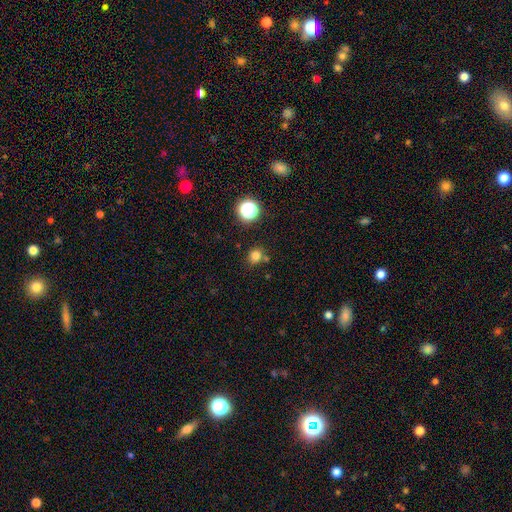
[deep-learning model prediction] smooth 78%, star or artifact 17%, featured or disk 6%. Down the decision tree: how rounded — round (79%); merging — none (76%).